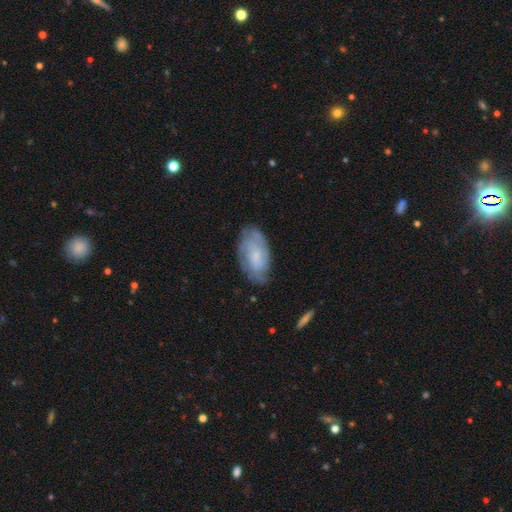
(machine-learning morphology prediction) Smooth or featured? featured or disk (55%)
Edge-on disk? no (94%)
Bar? no (68%)
Spiral arms? yes (81%)
Bulge size? small (50%)
Merging? none (70%)